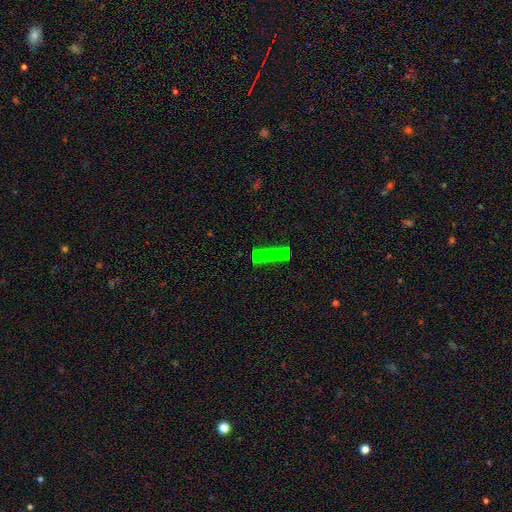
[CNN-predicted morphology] The model was most divided on "smooth or featured": star or artifact: 46%, smooth: 30%, featured or disk: 24%.